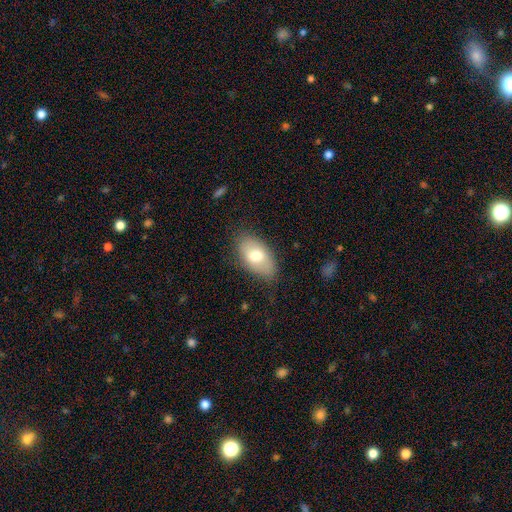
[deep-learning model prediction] smooth 72%, featured or disk 21%, star or artifact 7%. Down the decision tree: how rounded — in between (92%); merging — none (76%).